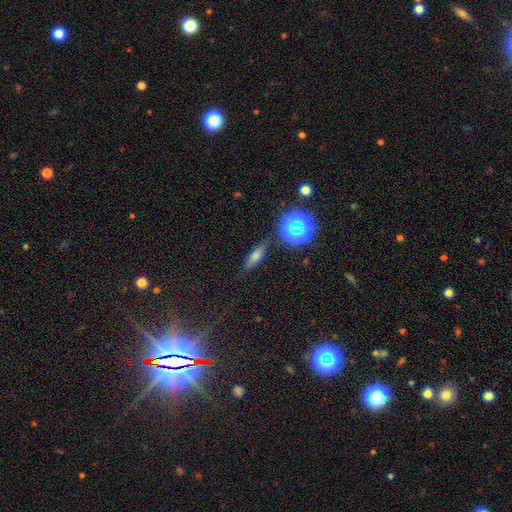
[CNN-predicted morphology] A smooth galaxy with no disk features (45%). Merging: none (82%).